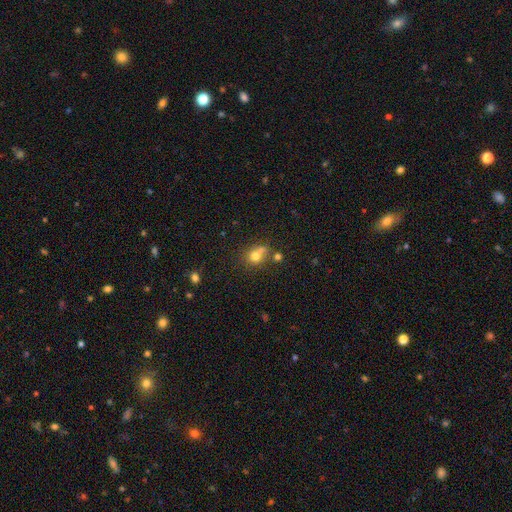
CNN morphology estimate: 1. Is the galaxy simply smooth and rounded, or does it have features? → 74% smooth, 13% star or artifact, 12% featured or disk.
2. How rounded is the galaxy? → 72% round, 27% in between, 1% cigar-shaped.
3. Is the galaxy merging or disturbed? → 44% none, 35% merger, 14% minor disturbance, 7% major disturbance.